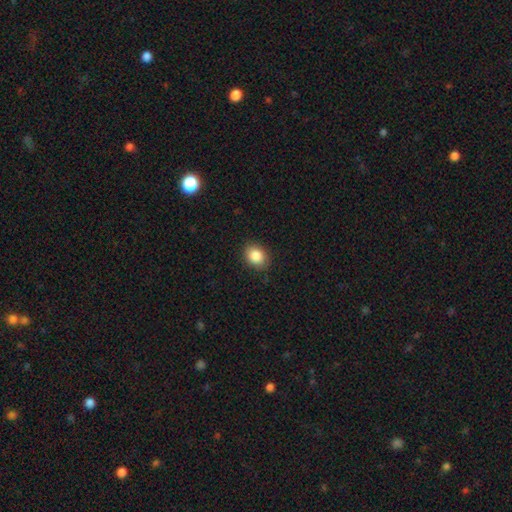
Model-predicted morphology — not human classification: Q: Smooth or featured?
A: smooth (86%); runner-up: star or artifact (9%)
Q: How rounded?
A: round (50%); runner-up: in between (49%)
Q: Merging?
A: none (86%); runner-up: minor disturbance (11%)